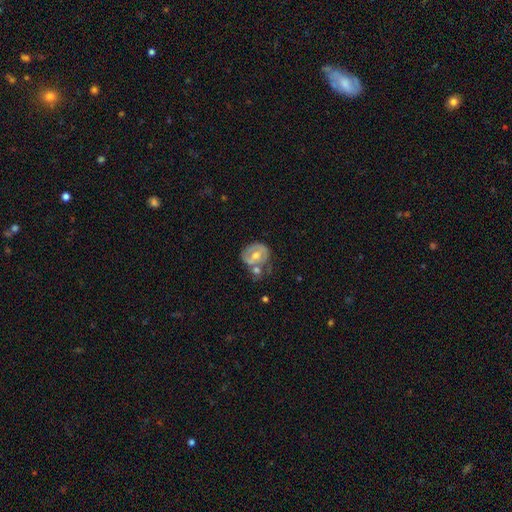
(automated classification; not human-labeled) A featured or disk galaxy (57%) with no bar (48%), no spiral arms (52%) and a moderate central bulge (70%). Merging: none (36%).